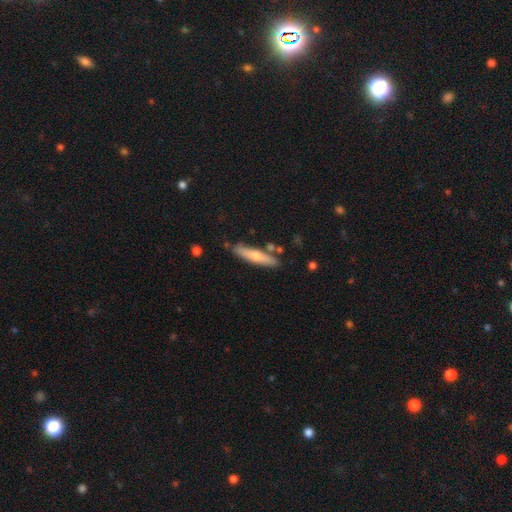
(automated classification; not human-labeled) A smooth galaxy with no disk features (58%) that is cigar-shaped (83%).

Vote fractions:
- Smooth or featured? smooth: 58% / featured or disk: 36% / star or artifact: 5%
- How rounded? cigar-shaped: 83% / in between: 16% / round: 2%
- Merging? none: 79% / minor disturbance: 12% / merger: 6% / major disturbance: 3%